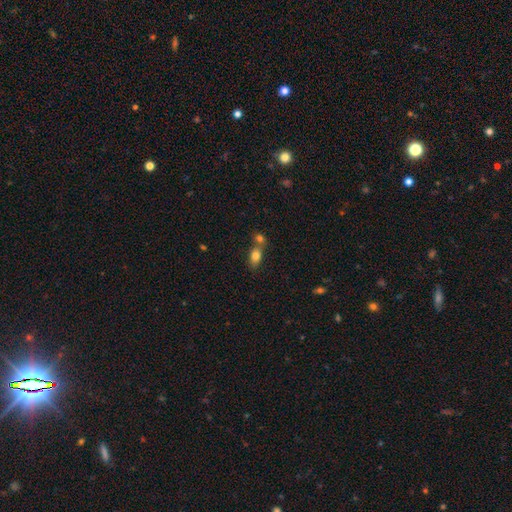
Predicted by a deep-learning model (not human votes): Smooth or featured?
  - smooth: 80% *
  - featured or disk: 10%
  - star or artifact: 10%
How rounded?
  - in between: 80% *
  - round: 16%
  - cigar-shaped: 4%
Merging?
  - none: 45% *
  - merger: 41%
  - minor disturbance: 10%
  - major disturbance: 4%